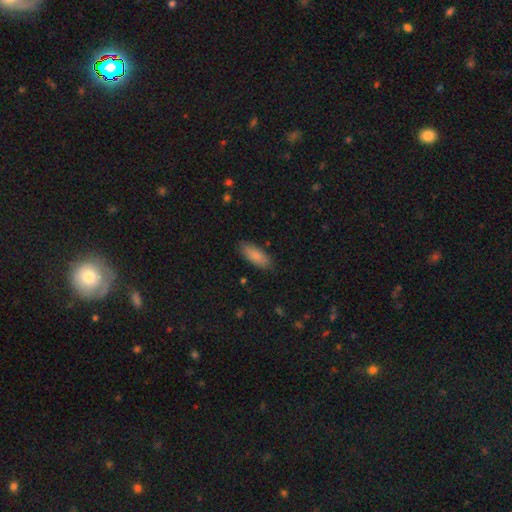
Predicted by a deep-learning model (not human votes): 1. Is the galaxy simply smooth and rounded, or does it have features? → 85% smooth, 9% featured or disk, 6% star or artifact.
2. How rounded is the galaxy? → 79% in between, 20% cigar-shaped, 2% round.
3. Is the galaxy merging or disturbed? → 85% none, 12% minor disturbance, 2% major disturbance, 1% merger.